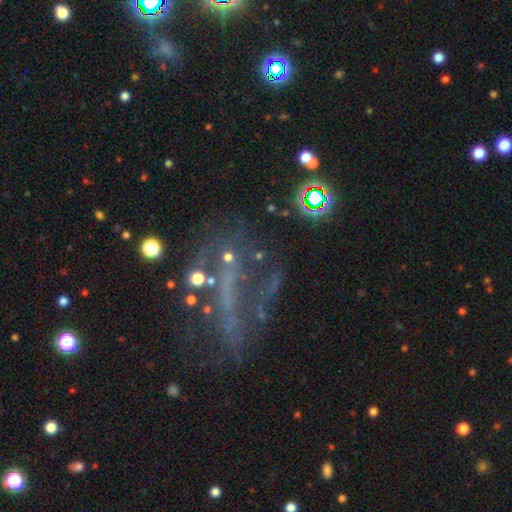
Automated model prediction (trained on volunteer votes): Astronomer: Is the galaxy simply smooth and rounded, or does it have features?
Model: featured or disk — 45% (runner-up: star or artifact, 38%).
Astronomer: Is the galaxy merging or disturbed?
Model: none — 44% (runner-up: major disturbance, 31%).